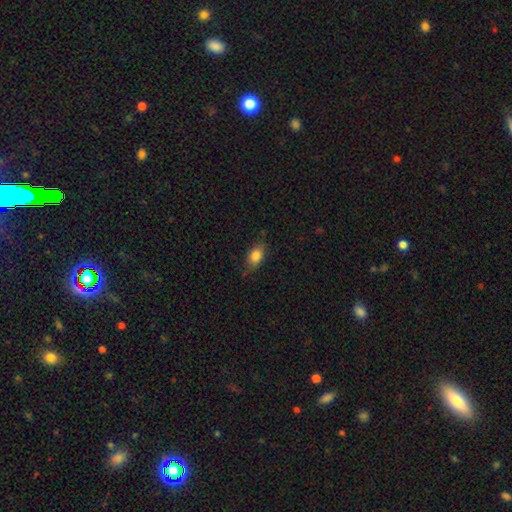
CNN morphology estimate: type=smooth (81%); roundness=in between (82%); merging=none (73%).